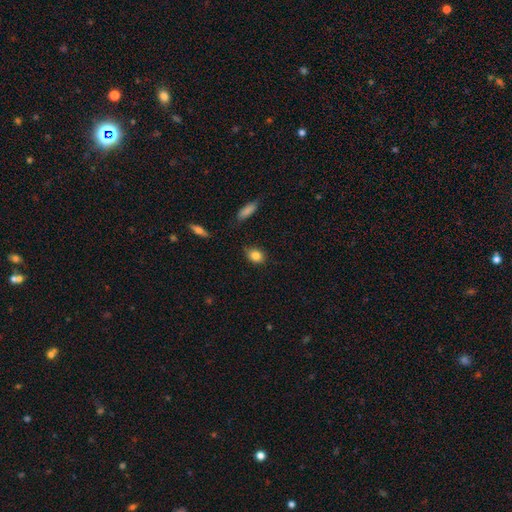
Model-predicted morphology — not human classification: Overall: smooth (83%). How rounded: in between (61%; round 36%). Merging: none (83%).